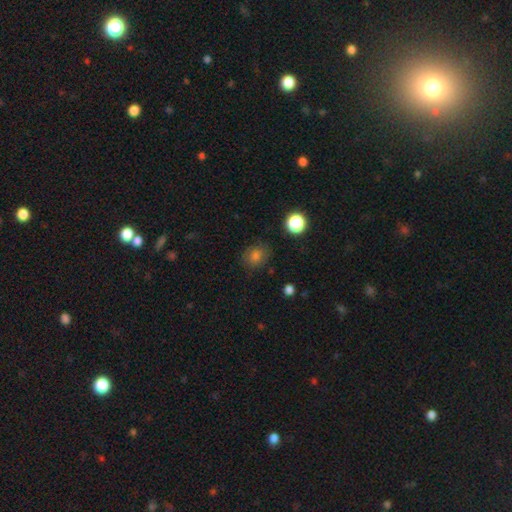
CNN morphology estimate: Smooth or featured: smooth — 77% (star or artifact — 15%)
How rounded: round — 68% (in between — 31%)
Merging: none — 81% (minor disturbance — 14%)